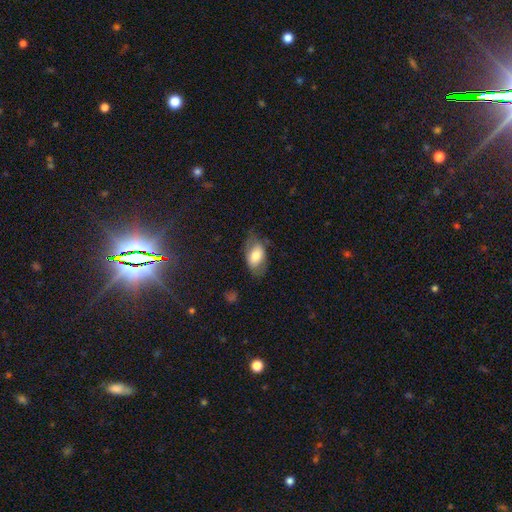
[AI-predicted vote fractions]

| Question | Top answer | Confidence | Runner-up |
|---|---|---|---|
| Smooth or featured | smooth | 68% | featured or disk (25%) |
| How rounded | in between | 91% | round (7%) |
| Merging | none | 57% | minor disturbance (27%) |